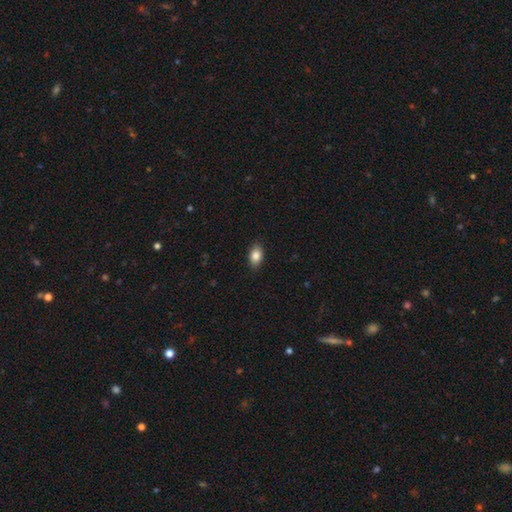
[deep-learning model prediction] Smooth or featured: smooth — 86% (star or artifact — 8%)
How rounded: in between — 86% (round — 12%)
Merging: none — 88% (minor disturbance — 9%)